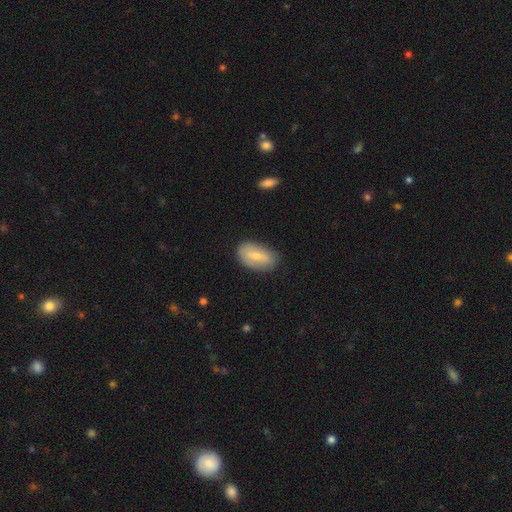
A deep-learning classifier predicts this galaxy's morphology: Q: Smooth or featured?
A: smooth (71%); runner-up: featured or disk (23%)
Q: How rounded?
A: in between (92%); runner-up: round (5%)
Q: Merging?
A: none (77%); runner-up: minor disturbance (18%)